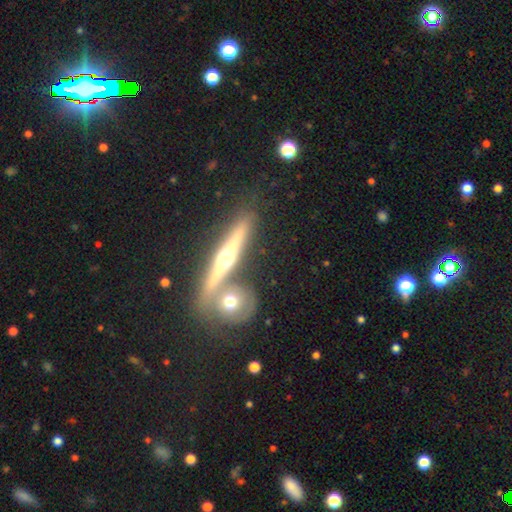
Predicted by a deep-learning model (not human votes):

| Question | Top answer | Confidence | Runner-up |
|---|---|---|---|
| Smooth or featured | featured or disk | 71% | smooth (20%) |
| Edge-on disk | yes | 94% | no (6%) |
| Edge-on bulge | rounded | 89% | none (8%) |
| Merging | none | 70% | merger (17%) |